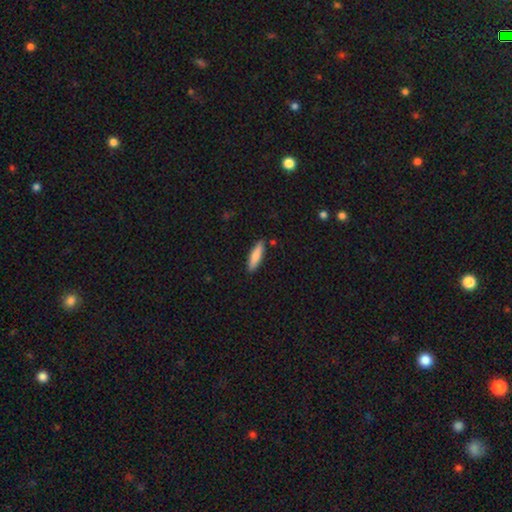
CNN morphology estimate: smooth 78%, featured or disk 16%, star or artifact 6%. Down the decision tree: how rounded — cigar-shaped (71%); merging — none (87%).